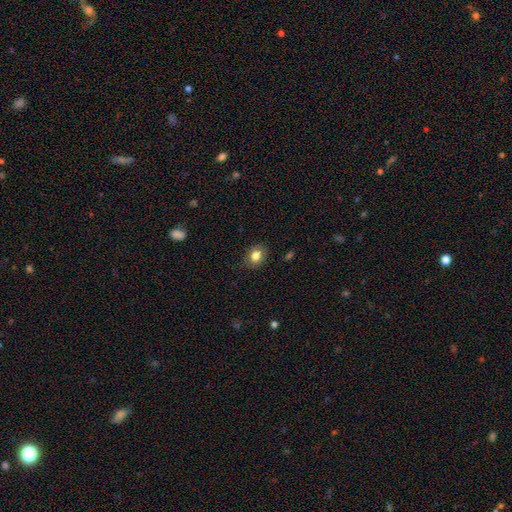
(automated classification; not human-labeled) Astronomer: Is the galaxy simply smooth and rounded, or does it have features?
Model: smooth — 82%.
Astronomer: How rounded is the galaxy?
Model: in between — 50% (runner-up: round, 49%).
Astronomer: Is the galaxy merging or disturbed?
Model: none — 83%.